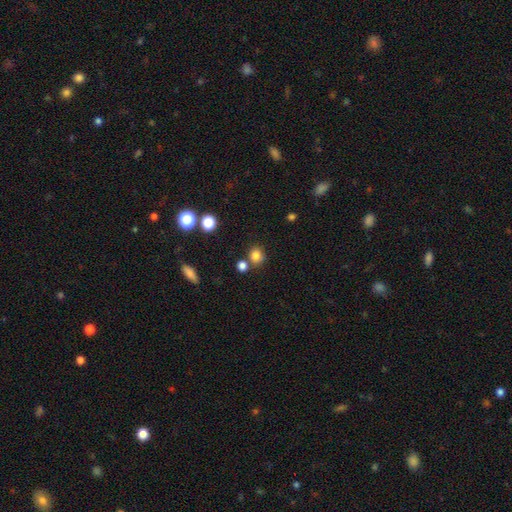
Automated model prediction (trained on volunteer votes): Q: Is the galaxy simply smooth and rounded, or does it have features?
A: smooth — 81%.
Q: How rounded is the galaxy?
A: round — 78%.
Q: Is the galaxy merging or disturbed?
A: none — 71%.